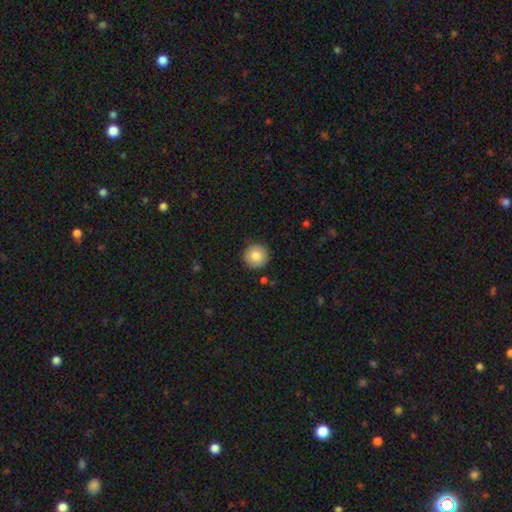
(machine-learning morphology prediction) Smooth or featured?
  - smooth: 83% *
  - featured or disk: 9%
  - star or artifact: 8%
How rounded?
  - round: 96% *
  - in between: 3%
  - cigar-shaped: 1%
Merging?
  - none: 91% *
  - minor disturbance: 6%
  - major disturbance: 2%
  - merger: 1%